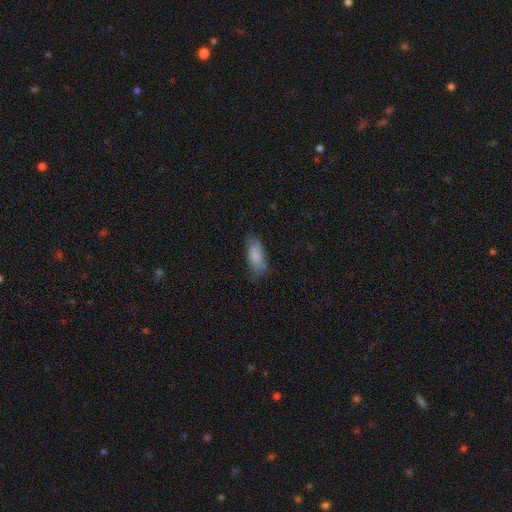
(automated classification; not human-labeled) smooth 74%, featured or disk 19%, star or artifact 7%. Down the decision tree: how rounded — in between (87%); merging — none (67%).